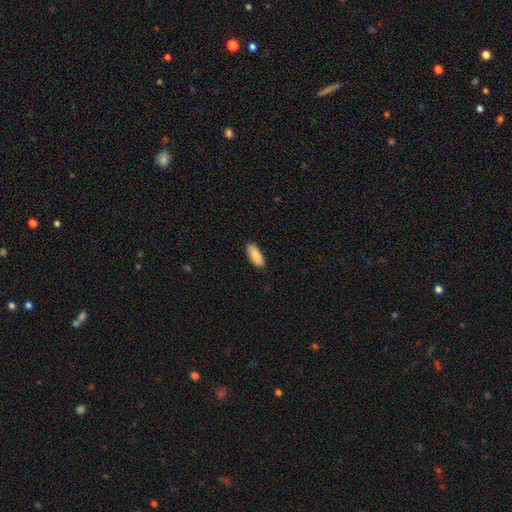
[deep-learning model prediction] Smooth or featured? Predicted: smooth (p=0.91). How rounded? Predicted: in between (p=0.75). Merging? Predicted: none (p=0.87).